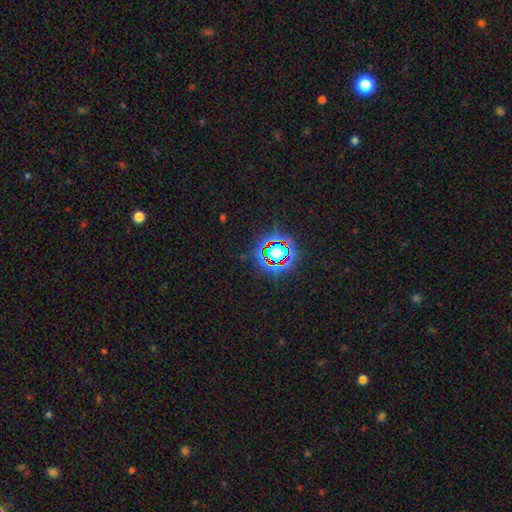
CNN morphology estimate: A star or artifact, not a galaxy (81%).